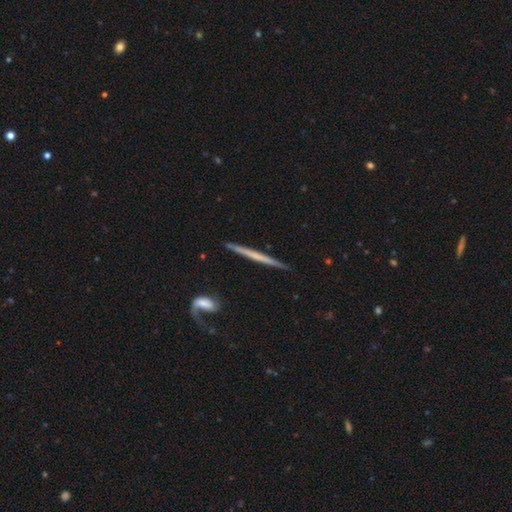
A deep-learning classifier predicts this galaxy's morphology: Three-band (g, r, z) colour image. It shows a featured or disk galaxy (62%) viewed edge-on (95%) with no central bulge (85%). Merging: none (88%).